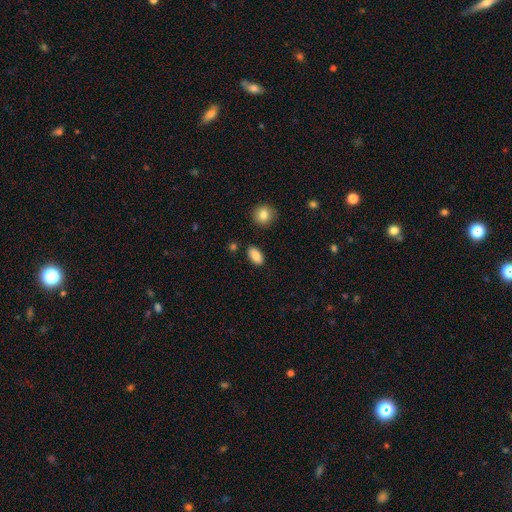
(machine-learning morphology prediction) smooth_or_featured: smooth (p=0.87) [alt: star or artifact p=0.08]
how_rounded: in between (p=0.91) [alt: round p=0.05]
merging: none (p=0.86) [alt: minor disturbance p=0.09]